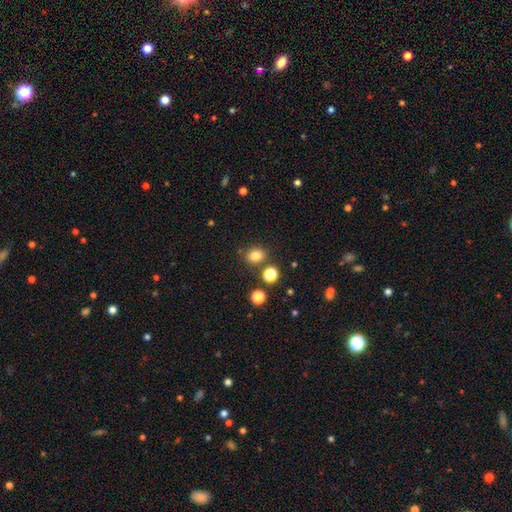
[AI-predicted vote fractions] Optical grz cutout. It shows a smooth galaxy with no disk features (81%) that is round (59%). Merging: none (78%).